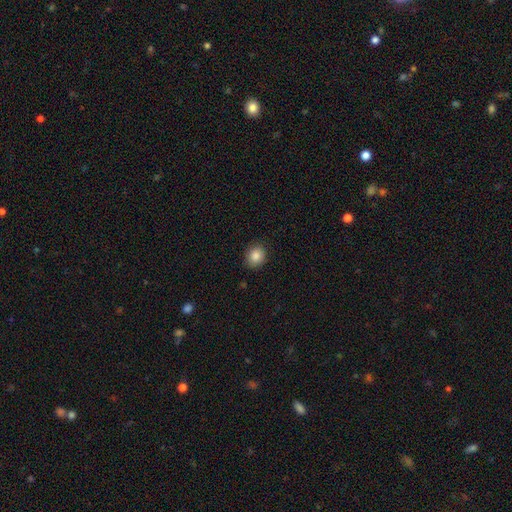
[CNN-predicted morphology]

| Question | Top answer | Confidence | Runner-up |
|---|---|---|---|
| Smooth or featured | smooth | 86% | star or artifact (9%) |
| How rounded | round | 72% | in between (27%) |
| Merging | none | 88% | minor disturbance (9%) |